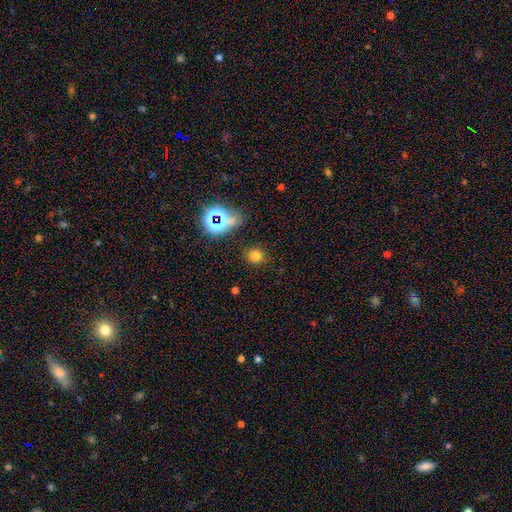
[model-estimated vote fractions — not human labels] This is likely a smooth galaxy (72%). How rounded: likely round (79%). Merging: clearly none (86%).